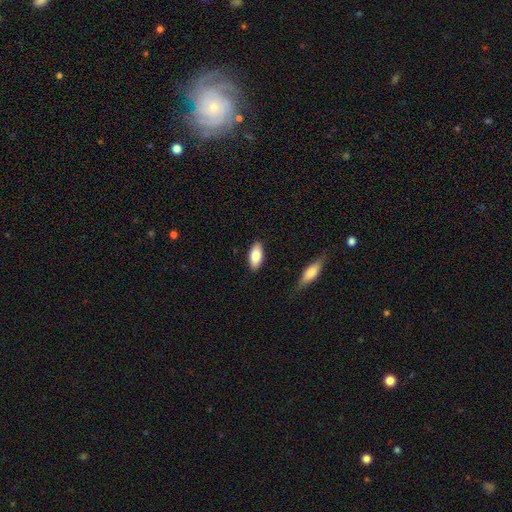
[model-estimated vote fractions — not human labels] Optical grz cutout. It shows a smooth galaxy with no disk features (83%) that is in between round and cigar-shaped (86%). Merging: none (87%).